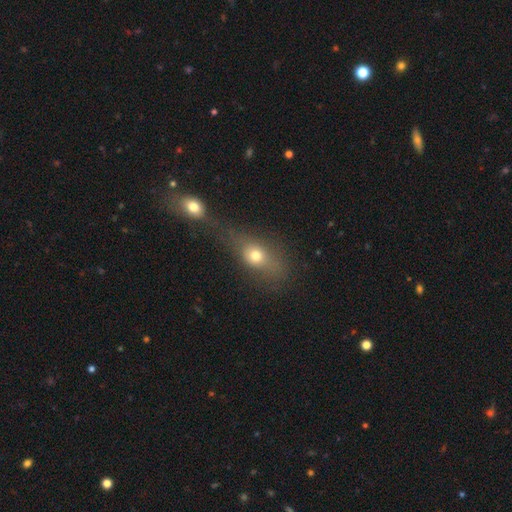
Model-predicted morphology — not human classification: This appears to be a smooth galaxy with no disk features (68%) that is in between round and cigar-shaped (55%). Merging: none (38%).